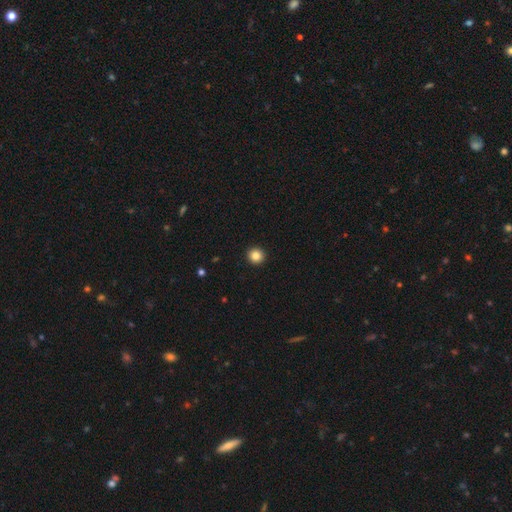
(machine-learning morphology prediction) smooth_or_featured: smooth (p=0.84) [alt: star or artifact p=0.11]
how_rounded: round (p=0.95) [alt: in between p=0.04]
merging: none (p=0.94) [alt: minor disturbance p=0.04]